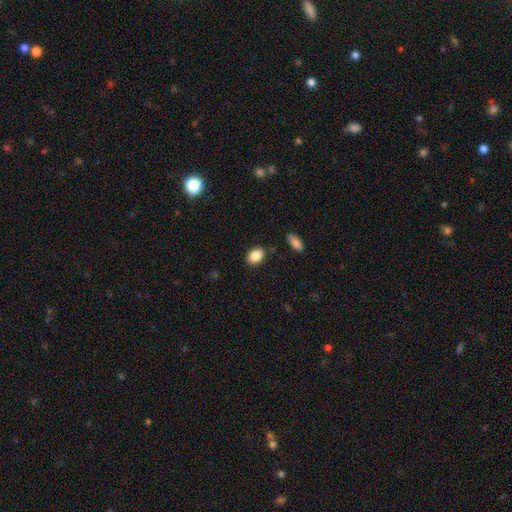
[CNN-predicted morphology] smooth-or-featured: smooth: 87% | star or artifact: 8% | featured or disk: 5%
  how-rounded: in between: 76% | round: 22% | cigar-shaped: 1%
  merging: none: 84% | minor disturbance: 11% | major disturbance: 3% | merger: 3%